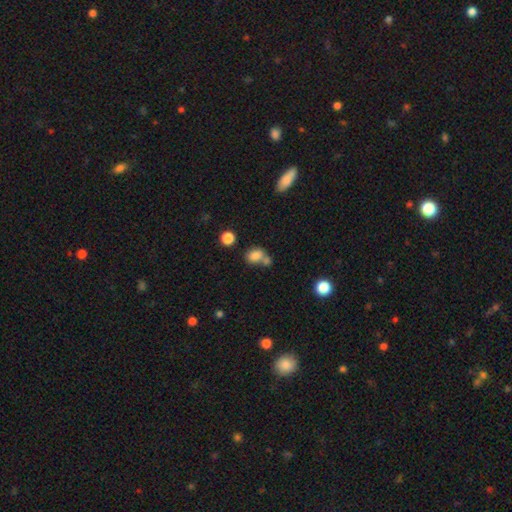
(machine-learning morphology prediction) smooth_or_featured: smooth (p=0.81) [alt: star or artifact p=0.11]
how_rounded: in between (p=0.64) [alt: round p=0.35]
merging: merger (p=0.42) [alt: none p=0.41]